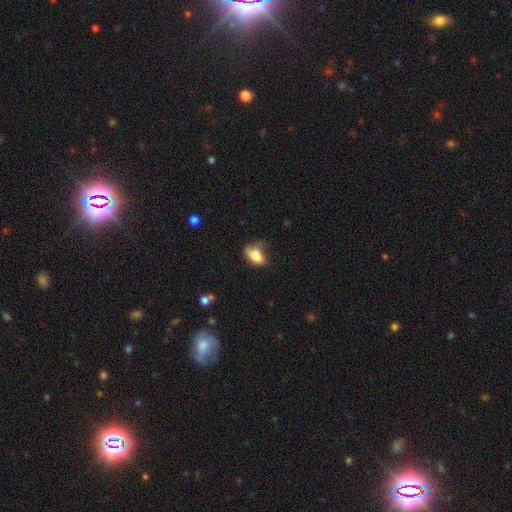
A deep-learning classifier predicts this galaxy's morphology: This is likely a smooth galaxy (79%). How rounded: clearly in between (88%). Merging: marginally none (37%, tied with minor disturbance).